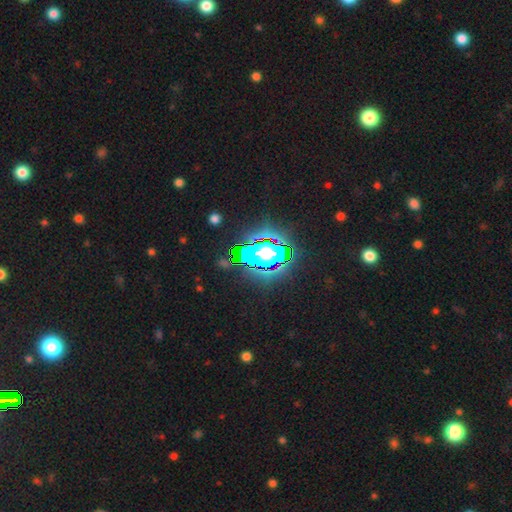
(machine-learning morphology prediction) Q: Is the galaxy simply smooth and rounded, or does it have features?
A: star or artifact — 62%.